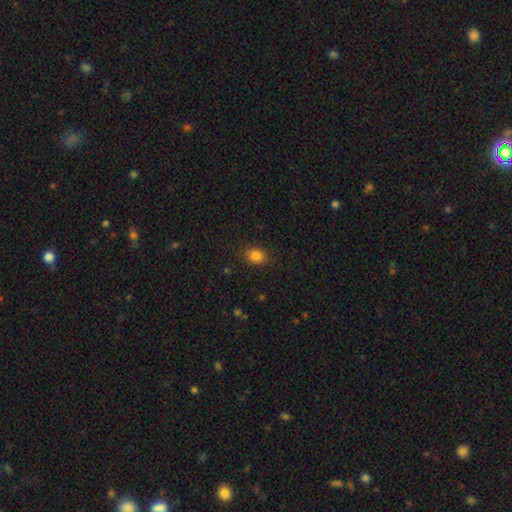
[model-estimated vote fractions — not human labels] Smooth or featured? smooth (83%)
How rounded? round (57%)
Merging? none (85%)